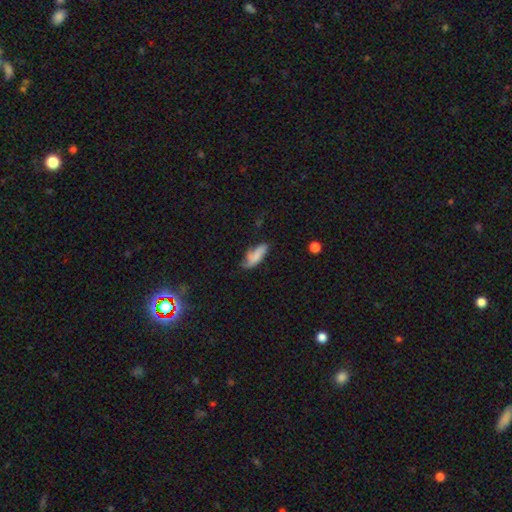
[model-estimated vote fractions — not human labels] Smooth or featured? smooth (66%)
How rounded? in between (71%)
Merging? none (42%)